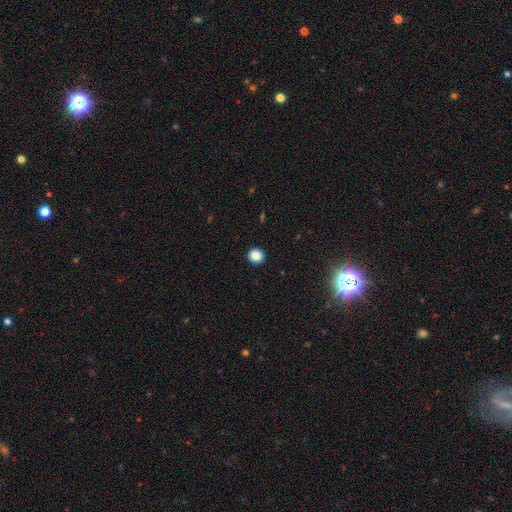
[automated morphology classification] Q: Smooth or featured?
A: smooth (87%); runner-up: star or artifact (10%)
Q: How rounded?
A: round (85%); runner-up: in between (14%)
Q: Merging?
A: none (93%); runner-up: minor disturbance (5%)